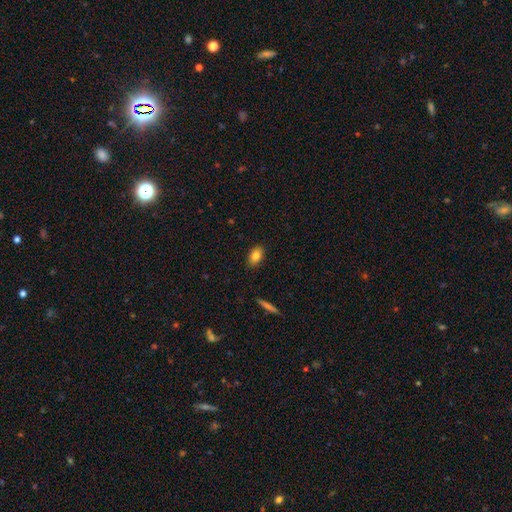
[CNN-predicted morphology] smooth_or_featured: smooth (p=0.82) [alt: featured or disk p=0.09]
how_rounded: in between (p=0.87) [alt: round p=0.10]
merging: none (p=0.89) [alt: minor disturbance p=0.08]